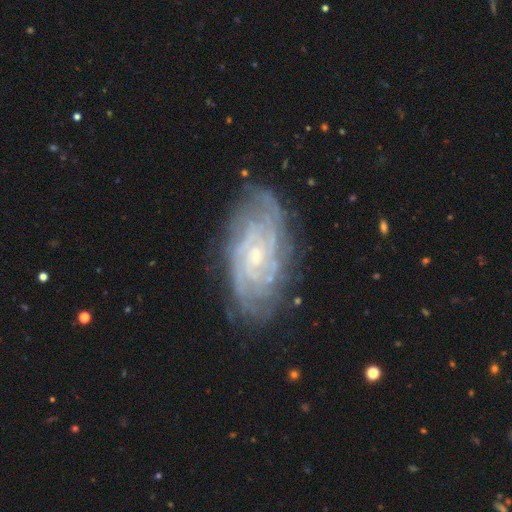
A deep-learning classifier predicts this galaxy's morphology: Smooth or featured? featured or disk (87%)
Edge-on disk? no (95%)
Bar? no (64%)
Spiral arms? yes (96%)
Spiral winding? tight (75%)
Spiral arm count? can't tell (37%)
Bulge size? small (67%)
Merging? none (77%)